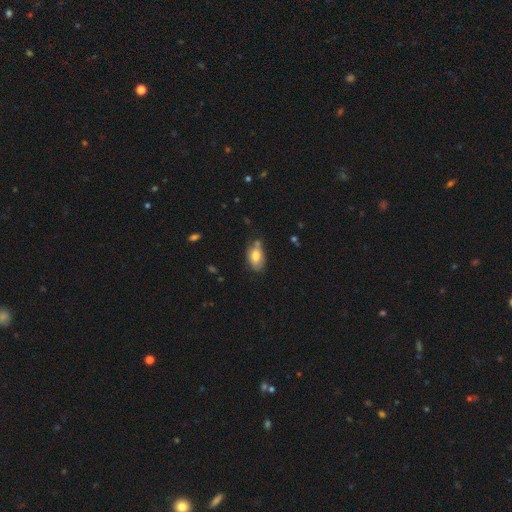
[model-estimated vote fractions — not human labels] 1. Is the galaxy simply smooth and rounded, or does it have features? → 75% smooth, 17% featured or disk, 8% star or artifact.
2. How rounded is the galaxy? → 91% in between, 6% round, 3% cigar-shaped.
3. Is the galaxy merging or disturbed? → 53% none, 29% minor disturbance, 12% merger, 7% major disturbance.